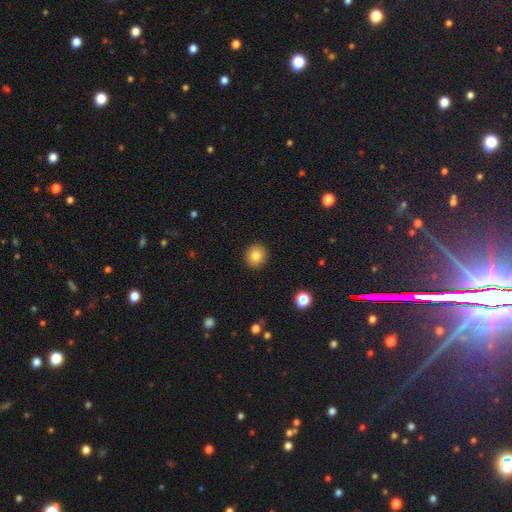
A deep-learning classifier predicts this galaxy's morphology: smooth 82%, star or artifact 10%, featured or disk 8%. Down the decision tree: how rounded — round (87%); merging — none (92%).